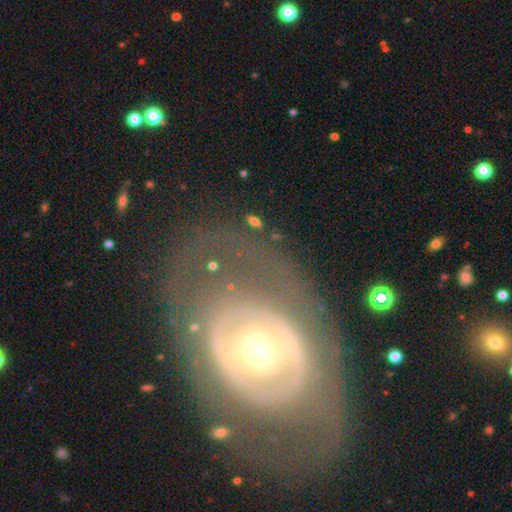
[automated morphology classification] This appears to be a featured or disk galaxy (75%) with no bar (55%), no spiral arms (57%) and a moderate central bulge (54%). Merging: none (71%).